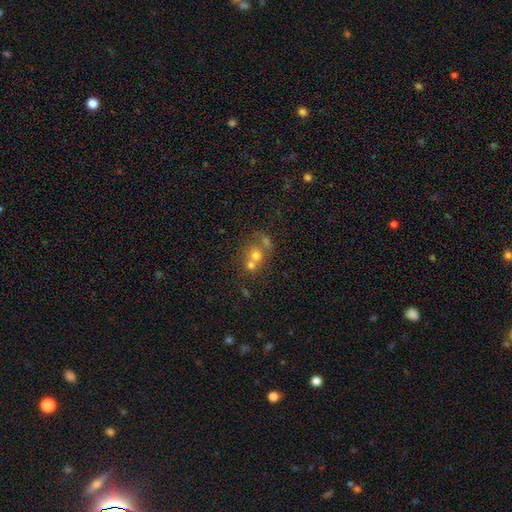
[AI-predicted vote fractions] The model was most divided on "merging": merger: 52%, none: 37%, minor disturbance: 7%, major disturbance: 4%. More confident: how rounded — round (80%); smooth or featured — smooth (62%).